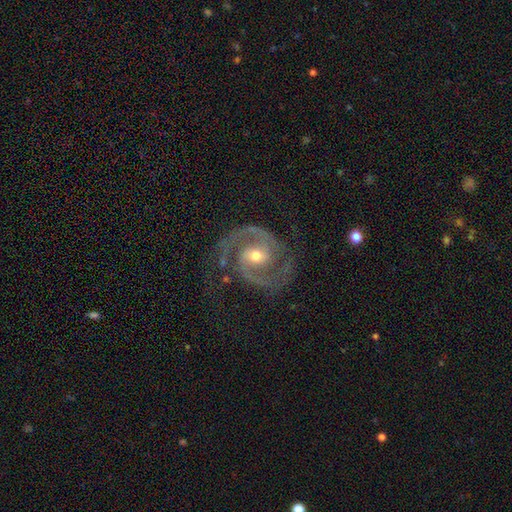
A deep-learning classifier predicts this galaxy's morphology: A featured or disk galaxy (92%) with no bar (41%), 2 (94%) medium (54%) spiral arms (98%) and a moderate central bulge (66%). Merging: none (80%).